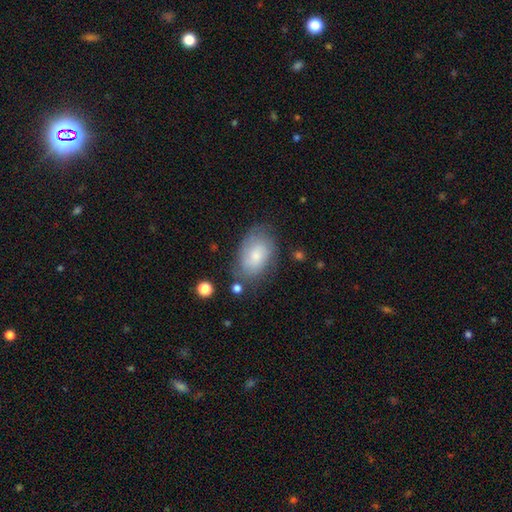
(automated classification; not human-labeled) The model was most divided on "smooth or featured": smooth: 62%, featured or disk: 31%, star or artifact: 8%. More confident: how rounded — in between (90%); merging — none (66%).